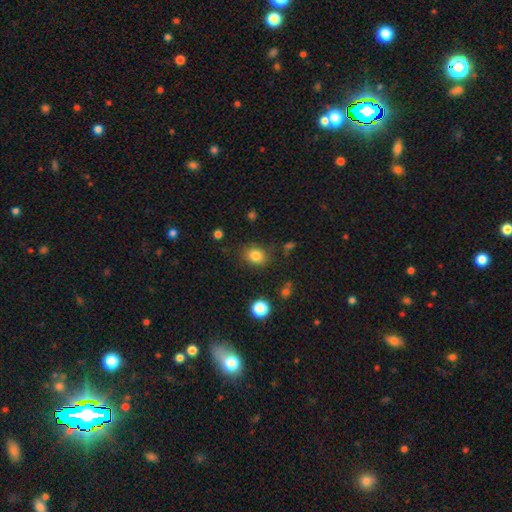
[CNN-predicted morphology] smooth 82%, star or artifact 12%, featured or disk 6%. Down the decision tree: how rounded — round (60%); merging — none (82%).